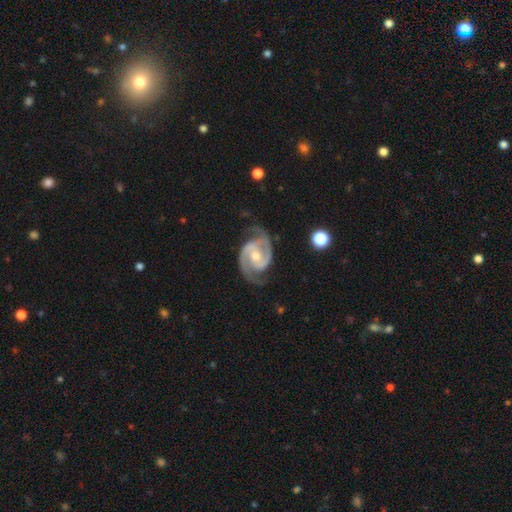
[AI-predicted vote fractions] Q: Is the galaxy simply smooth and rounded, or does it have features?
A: featured or disk — 93%.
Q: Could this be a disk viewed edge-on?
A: no — 98%.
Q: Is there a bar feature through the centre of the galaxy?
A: no — 44%.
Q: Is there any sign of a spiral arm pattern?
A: yes — 98%.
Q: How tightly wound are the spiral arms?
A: medium — 55%.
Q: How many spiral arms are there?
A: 2 — 94%.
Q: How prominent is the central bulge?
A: moderate — 66%.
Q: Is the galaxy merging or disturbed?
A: none — 76%.